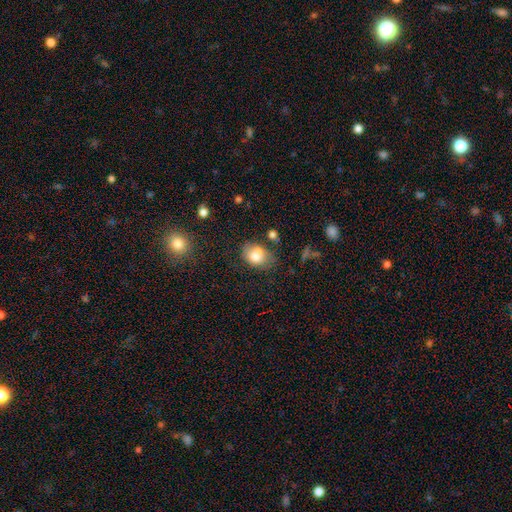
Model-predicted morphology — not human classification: Smooth or featured? Predicted: smooth (p=0.76). How rounded? Predicted: in between (p=0.60). Merging? Predicted: none (p=0.50).